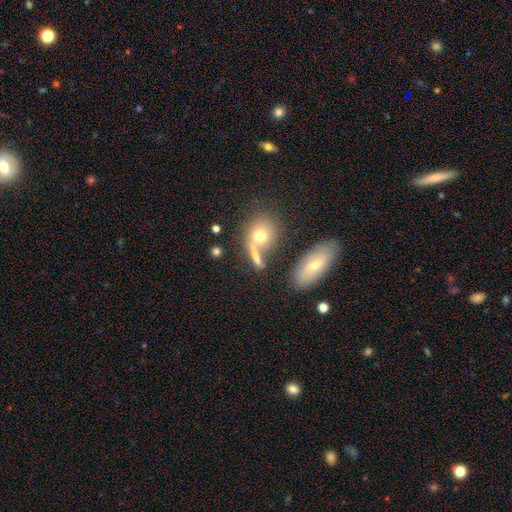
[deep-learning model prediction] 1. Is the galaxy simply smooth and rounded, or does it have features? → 67% smooth, 20% featured or disk, 13% star or artifact.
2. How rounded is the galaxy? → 46% round, 35% in between, 20% cigar-shaped.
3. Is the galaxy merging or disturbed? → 51% none, 30% merger, 12% minor disturbance, 8% major disturbance.